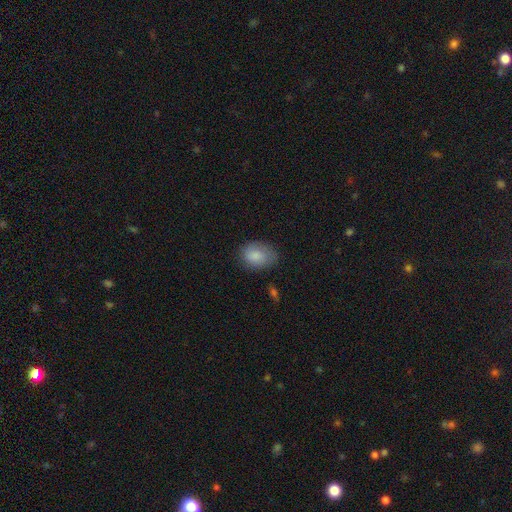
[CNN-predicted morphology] Overall: smooth (83%). How rounded: in between (73%). Merging: none (70%).